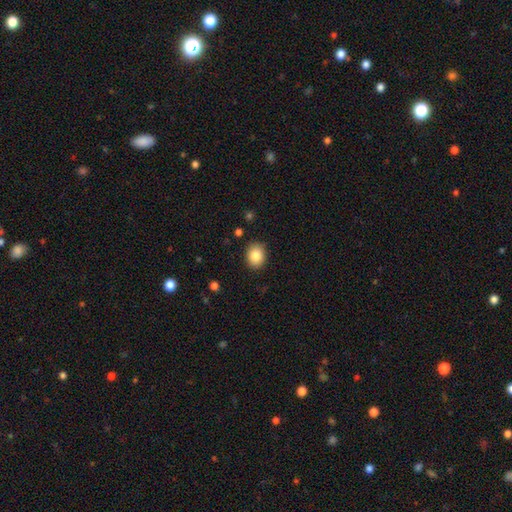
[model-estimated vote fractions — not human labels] Q: Smooth or featured?
A: smooth (84%); runner-up: star or artifact (9%)
Q: How rounded?
A: round (60%); runner-up: in between (39%)
Q: Merging?
A: none (89%); runner-up: minor disturbance (7%)